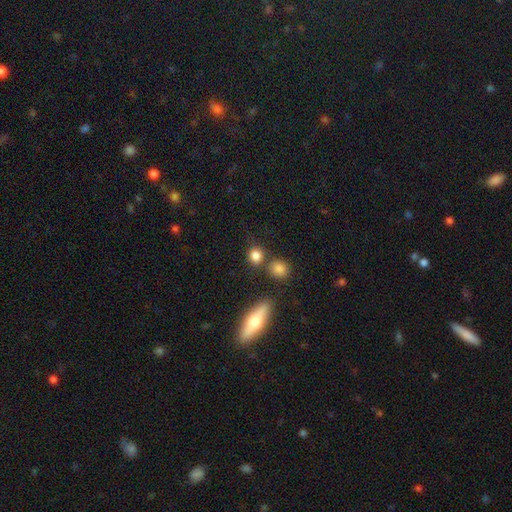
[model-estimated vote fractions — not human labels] Smooth or featured: smooth — 82% (star or artifact — 11%)
How rounded: round — 77% (in between — 20%)
Merging: none — 71% (merger — 15%)